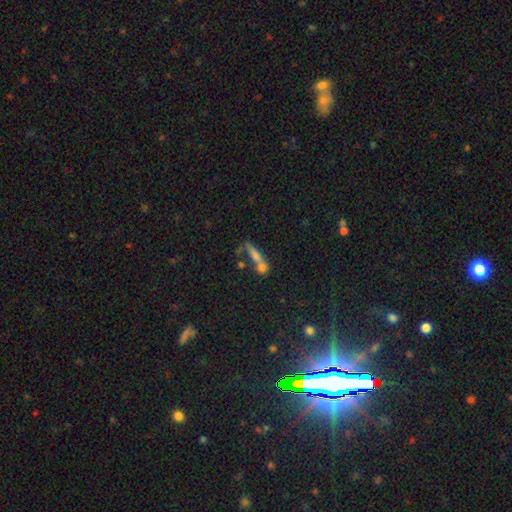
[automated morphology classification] smooth_or_featured: smooth (p=0.59) [alt: featured or disk p=0.27]
how_rounded: cigar-shaped (p=0.66) [alt: in between p=0.26]
merging: merger (p=0.46) [alt: none p=0.34]